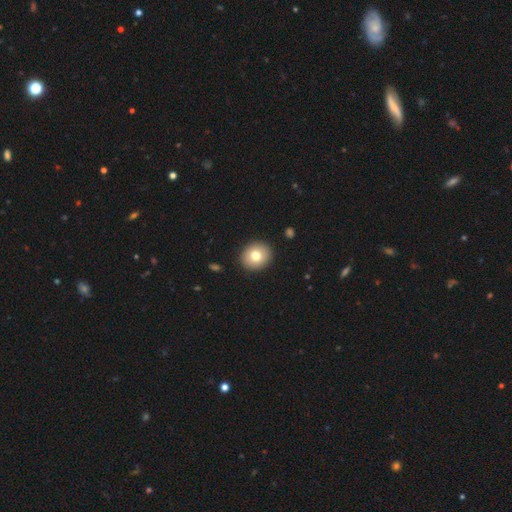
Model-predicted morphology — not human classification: Smooth or featured? Predicted: smooth (p=0.75). How rounded? Predicted: round (p=0.76). Merging? Predicted: none (p=0.91).